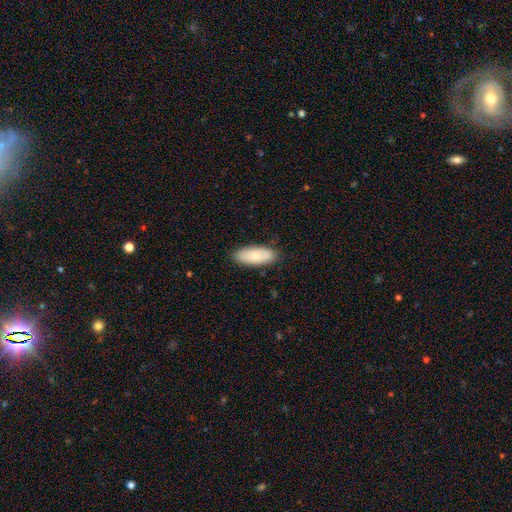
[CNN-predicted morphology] smooth_or_featured: smooth (p=0.86) [alt: featured or disk p=0.09]
how_rounded: in between (p=0.79) [alt: cigar-shaped p=0.19]
merging: none (p=0.87) [alt: minor disturbance p=0.11]